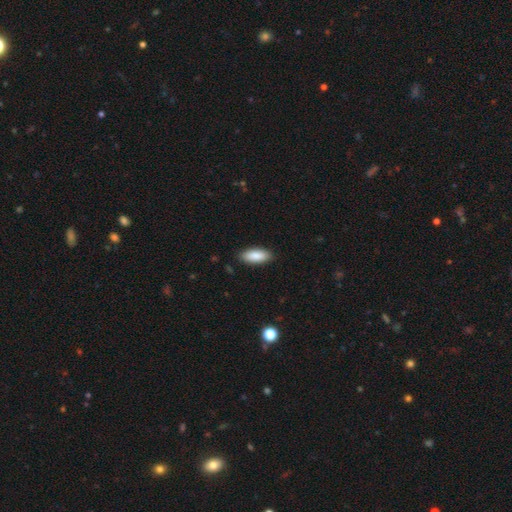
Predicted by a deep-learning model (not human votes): The model was most divided on "how rounded": in between: 83%, cigar-shaped: 15%, round: 2%. More confident: smooth or featured — smooth (88%); merging — none (87%).